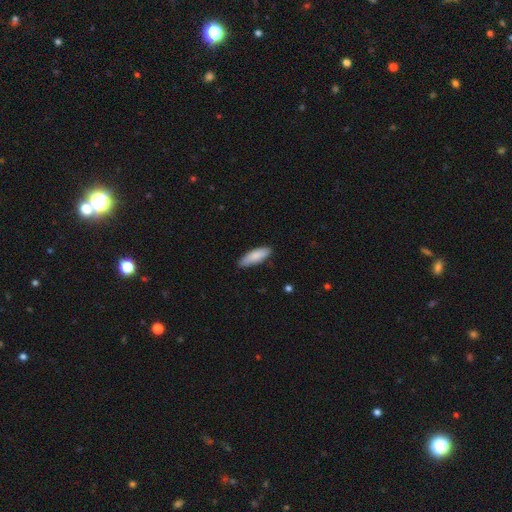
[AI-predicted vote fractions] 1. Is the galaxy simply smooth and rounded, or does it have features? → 86% smooth, 9% featured or disk, 5% star or artifact.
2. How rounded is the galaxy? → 57% in between, 42% cigar-shaped, 2% round.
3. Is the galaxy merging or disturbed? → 85% none, 12% minor disturbance, 2% major disturbance, 1% merger.